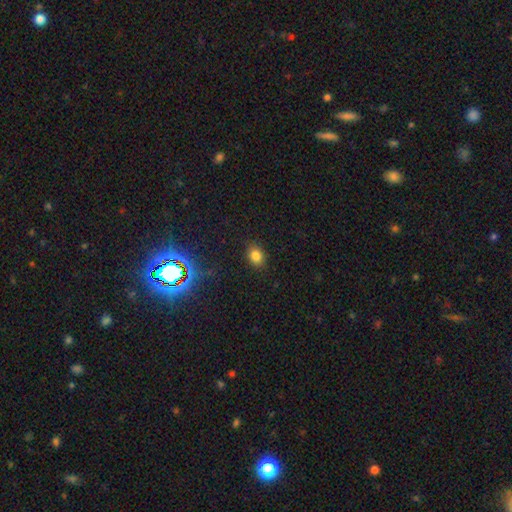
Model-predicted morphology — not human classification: Smooth or featured? smooth (79%)
How rounded? in between (52%)
Merging? none (86%)